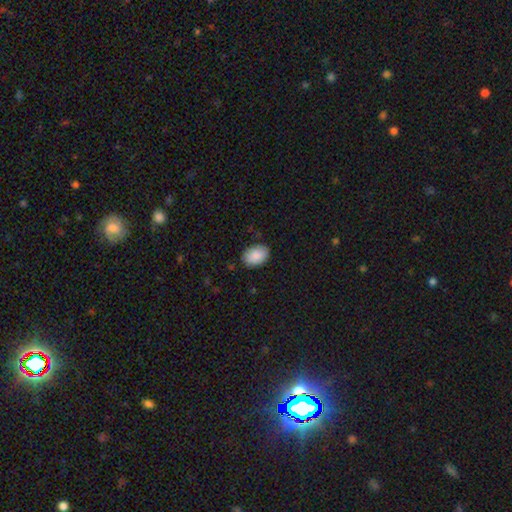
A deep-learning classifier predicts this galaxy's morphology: smooth_or_featured: smooth (p=0.89) [alt: star or artifact p=0.07]
how_rounded: in between (p=0.83) [alt: round p=0.16]
merging: none (p=0.84) [alt: minor disturbance p=0.13]